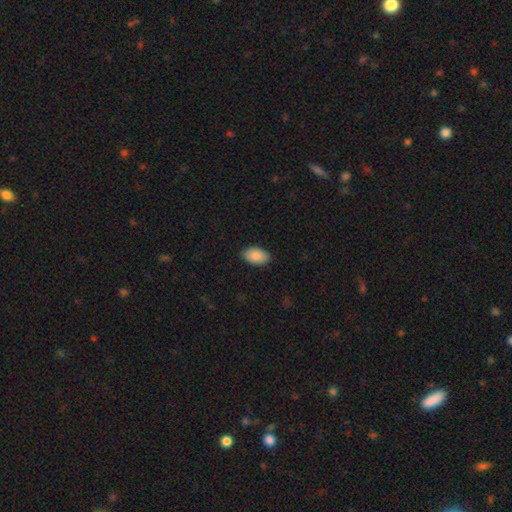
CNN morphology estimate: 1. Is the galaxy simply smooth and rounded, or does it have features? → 89% smooth, 6% star or artifact, 4% featured or disk.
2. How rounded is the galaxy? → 94% in between, 5% round, 1% cigar-shaped.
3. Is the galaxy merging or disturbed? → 87% none, 10% minor disturbance, 2% major disturbance, 1% merger.